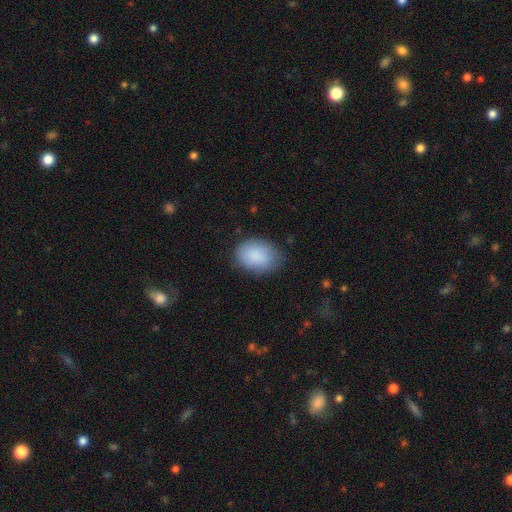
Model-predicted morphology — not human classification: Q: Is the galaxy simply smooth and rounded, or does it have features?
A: smooth — 88%.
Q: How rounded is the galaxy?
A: in between — 80%.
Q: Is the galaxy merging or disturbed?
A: none — 76%.